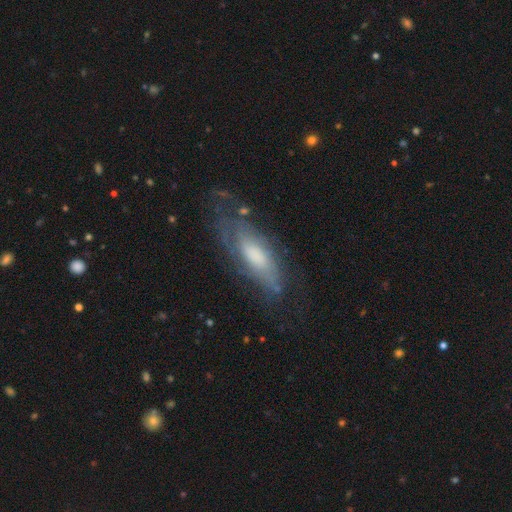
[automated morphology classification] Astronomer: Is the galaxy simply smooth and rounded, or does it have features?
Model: featured or disk — 58% (runner-up: smooth, 35%).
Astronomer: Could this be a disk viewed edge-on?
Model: no — 76%.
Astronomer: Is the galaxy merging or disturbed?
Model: none — 54%.